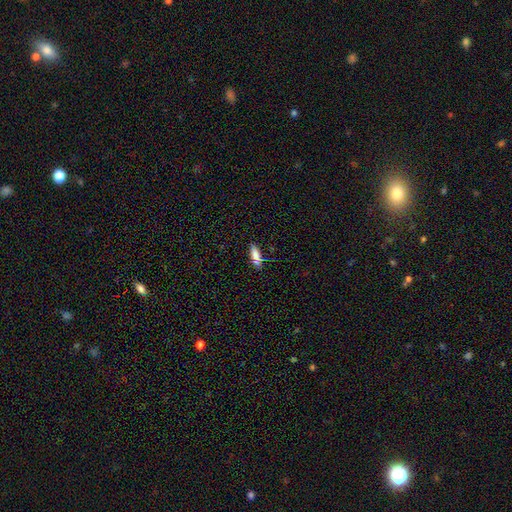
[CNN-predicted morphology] This is clearly a smooth galaxy (81%). How rounded: possibly cigar-shaped (53%). Merging: clearly none (84%).